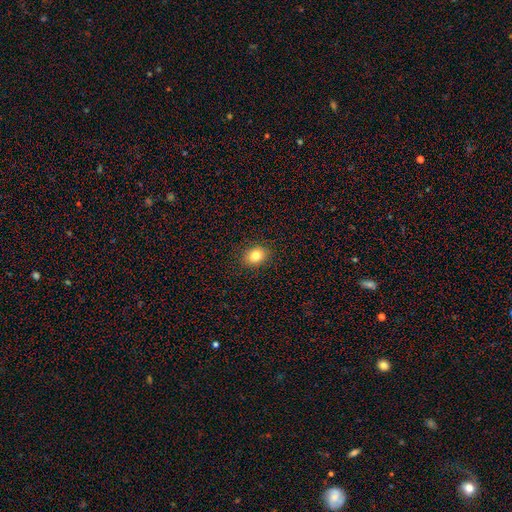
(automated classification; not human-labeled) This is clearly a smooth galaxy (82%). How rounded: possibly in between (50%). Merging: clearly none (90%).